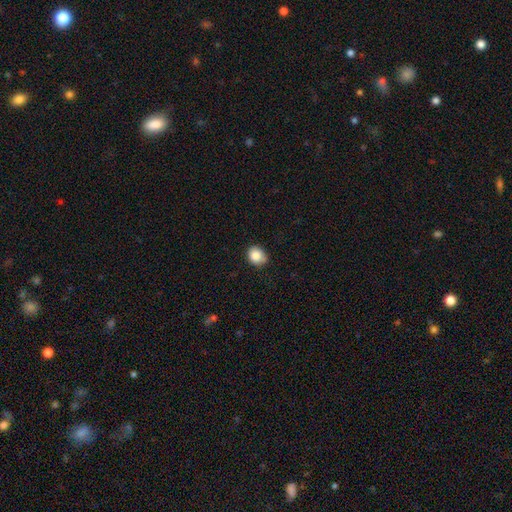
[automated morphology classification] This is clearly a smooth galaxy (85%). How rounded: likely round (63%). Merging: likely none (76%).